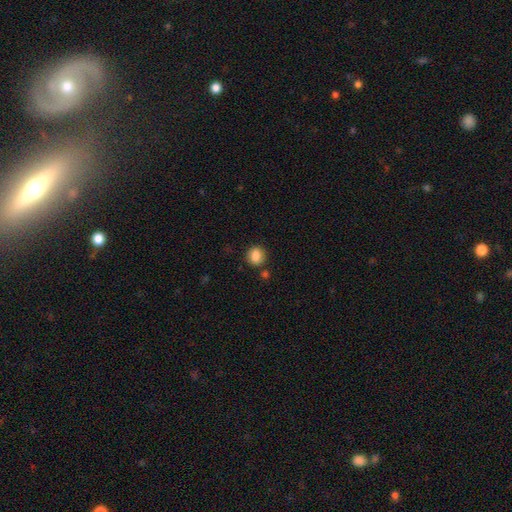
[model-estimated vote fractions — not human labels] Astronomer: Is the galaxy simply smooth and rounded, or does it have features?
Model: smooth — 85%.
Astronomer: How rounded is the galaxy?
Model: round — 67%.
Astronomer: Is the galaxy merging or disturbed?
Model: none — 80%.